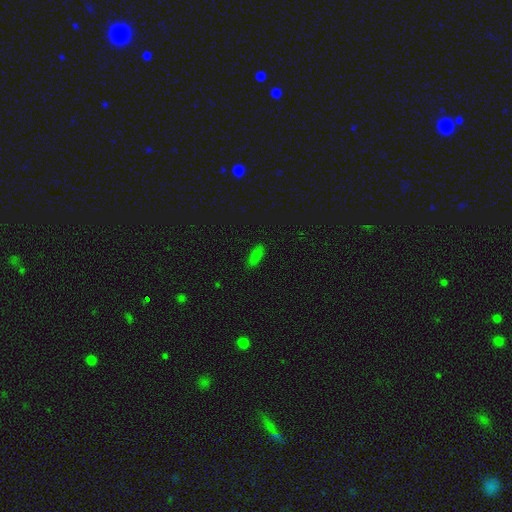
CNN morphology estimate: Overall: smooth (80%). How rounded: in between (79%). Merging: none (84%).